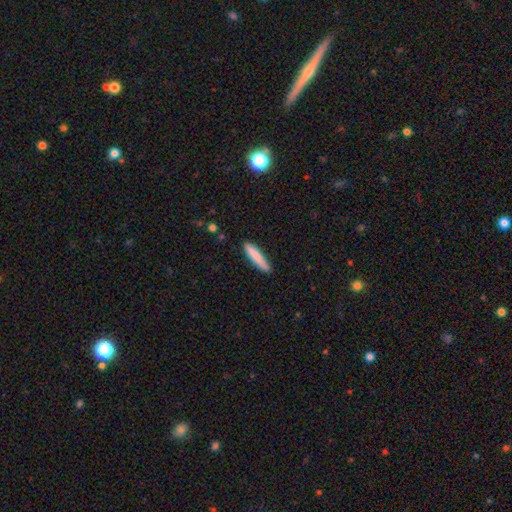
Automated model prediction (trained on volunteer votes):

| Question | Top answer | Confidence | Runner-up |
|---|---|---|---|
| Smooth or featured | smooth | 83% | featured or disk (11%) |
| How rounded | cigar-shaped | 89% | in between (10%) |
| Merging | none | 87% | minor disturbance (10%) |